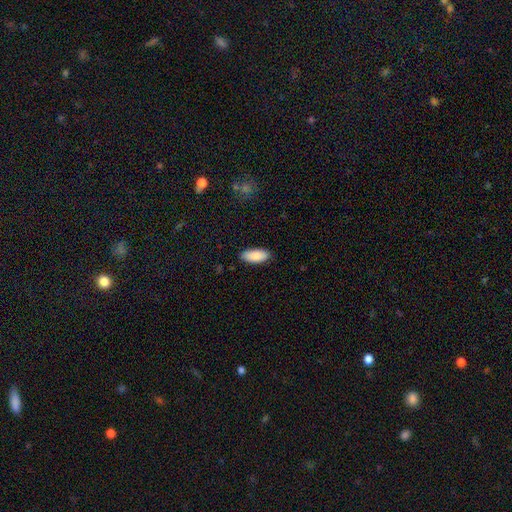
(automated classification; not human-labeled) Morphology: type=smooth (88%); roundness=in between (89%); merging=none (86%).